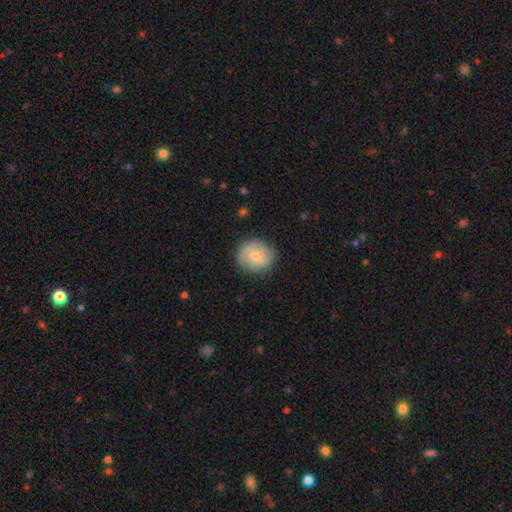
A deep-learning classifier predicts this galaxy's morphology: Q: Smooth or featured?
A: smooth (51%); runner-up: featured or disk (42%)
Q: How rounded?
A: round (85%); runner-up: in between (14%)
Q: Merging?
A: none (75%); runner-up: minor disturbance (16%)